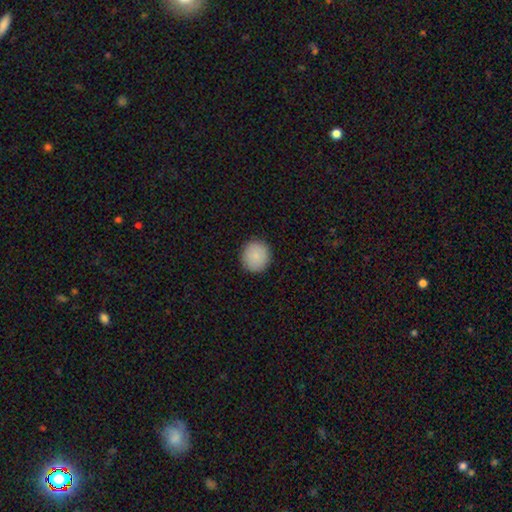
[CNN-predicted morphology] Smooth or featured? Predicted: smooth (p=0.87). How rounded? Predicted: round (p=0.90). Merging? Predicted: none (p=0.91).